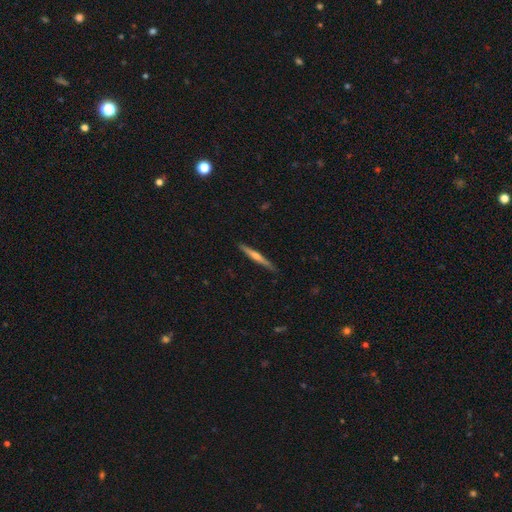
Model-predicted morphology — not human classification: A featured or disk galaxy (67%) viewed edge-on (98%) with a rounded central bulge (79%).

Vote fractions:
- Smooth or featured? featured or disk: 67% / smooth: 27% / star or artifact: 6%
- Edge-on disk? yes: 98% / no: 2%
- Edge-on bulge? rounded: 79% / none: 15% / boxy: 6%
- Merging? none: 90% / minor disturbance: 7% / major disturbance: 1% / merger: 1%